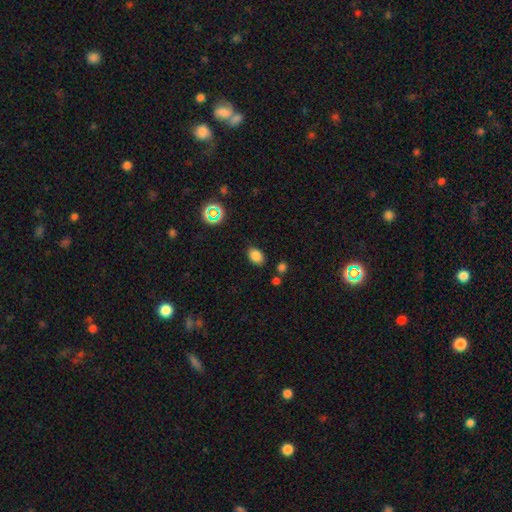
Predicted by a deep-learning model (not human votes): The model was most divided on "how rounded": in between: 83%, round: 16%, cigar-shaped: 1%. More confident: merging — none (82%); smooth or featured — smooth (81%).